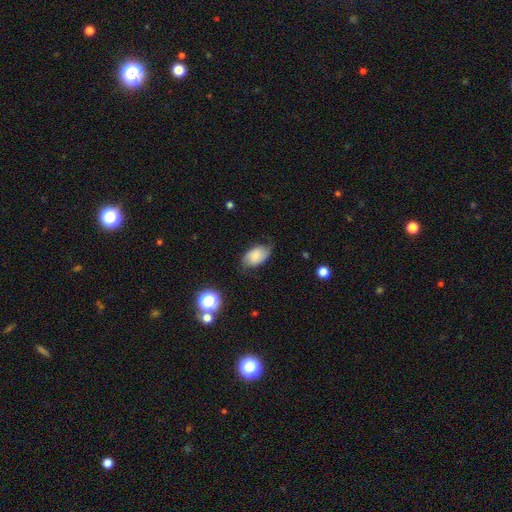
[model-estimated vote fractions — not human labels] A smooth galaxy with no disk features (58%) that is in between round and cigar-shaped (91%).

Vote fractions:
- Smooth or featured? smooth: 58% / featured or disk: 31% / star or artifact: 10%
- How rounded? in between: 91% / round: 7% / cigar-shaped: 2%
- Merging? none: 64% / minor disturbance: 27% / major disturbance: 7% / merger: 2%